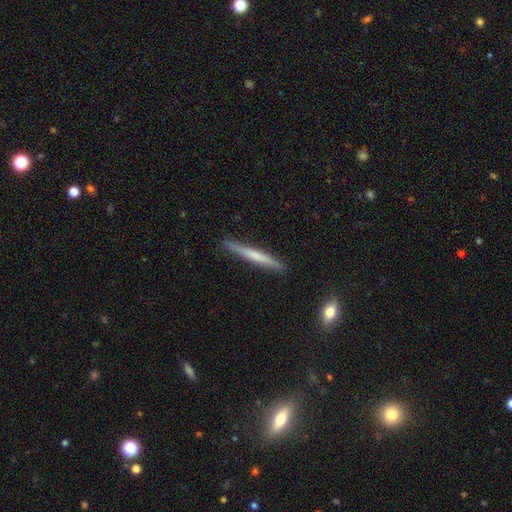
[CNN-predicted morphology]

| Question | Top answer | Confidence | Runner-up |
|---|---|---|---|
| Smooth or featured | smooth | 51% | featured or disk (44%) |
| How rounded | cigar-shaped | 97% | in between (2%) |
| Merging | none | 90% | minor disturbance (7%) |